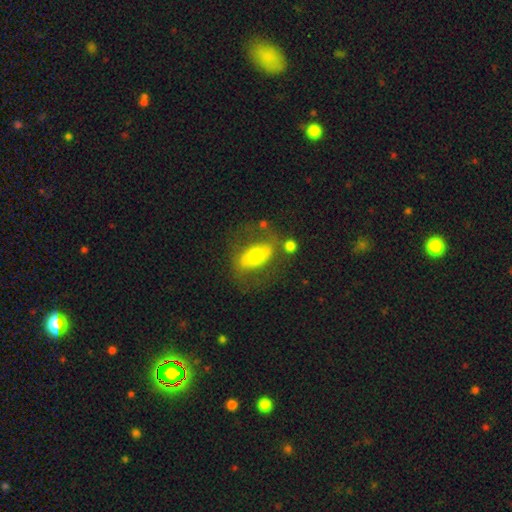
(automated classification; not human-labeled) Overall: featured or disk (47%; smooth 46%). Merging: none (61%).